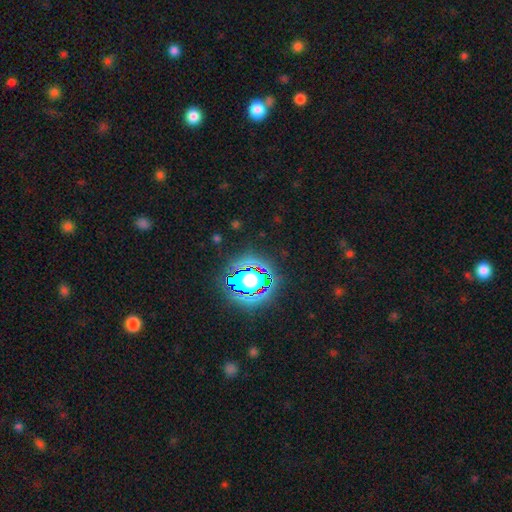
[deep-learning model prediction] Q: Smooth or featured?
A: star or artifact (83%); runner-up: smooth (10%)